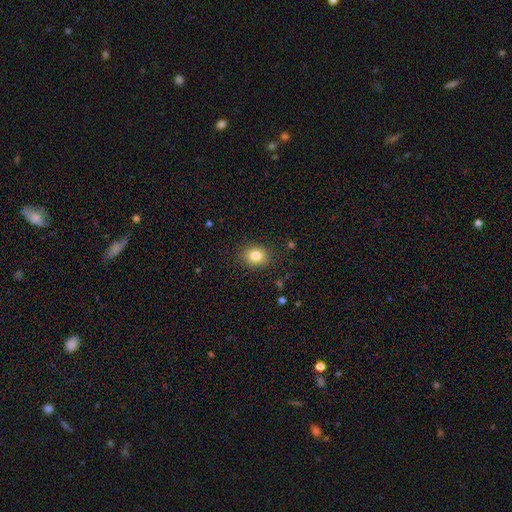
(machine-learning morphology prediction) Q: Smooth or featured?
A: smooth (83%); runner-up: star or artifact (10%)
Q: How rounded?
A: round (57%); runner-up: in between (42%)
Q: Merging?
A: none (87%); runner-up: minor disturbance (9%)